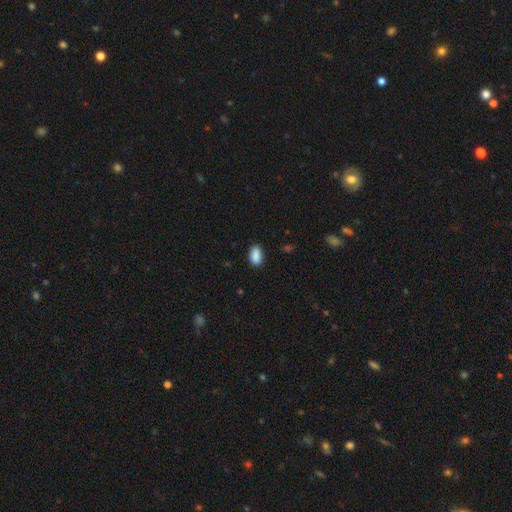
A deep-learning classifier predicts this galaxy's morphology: Smooth or featured?
  - smooth: 89% *
  - star or artifact: 8%
  - featured or disk: 3%
How rounded?
  - in between: 91% *
  - round: 7%
  - cigar-shaped: 2%
Merging?
  - none: 85% *
  - minor disturbance: 11%
  - major disturbance: 2%
  - merger: 1%